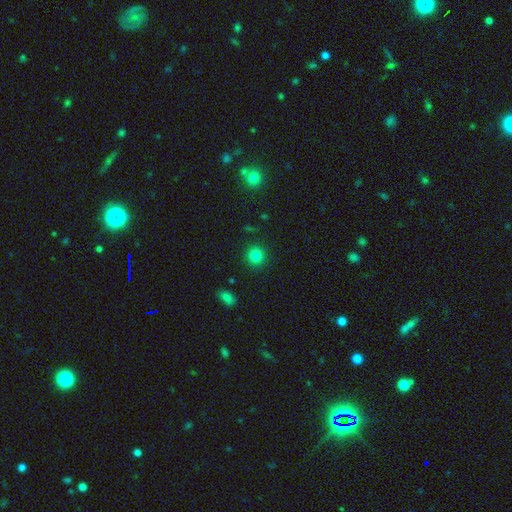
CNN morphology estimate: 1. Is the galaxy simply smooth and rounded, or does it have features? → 83% smooth, 13% star or artifact, 5% featured or disk.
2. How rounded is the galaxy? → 92% round, 7% in between, 1% cigar-shaped.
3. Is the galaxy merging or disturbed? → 90% none, 6% minor disturbance, 2% major disturbance, 1% merger.